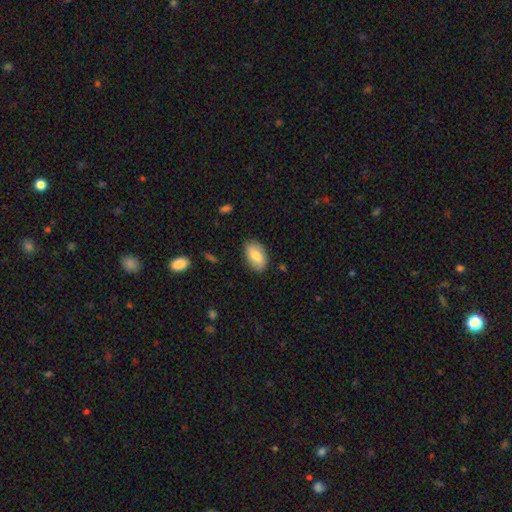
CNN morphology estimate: type=smooth (74%); roundness=in between (91%); merging=none (82%).